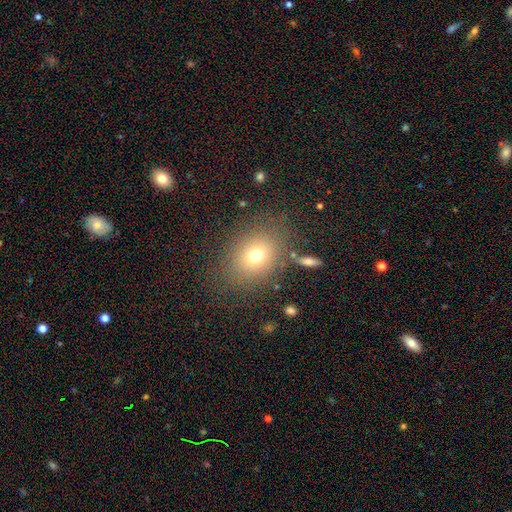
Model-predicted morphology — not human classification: type=smooth (71%); roundness=in between (54%); merging=none (79%).